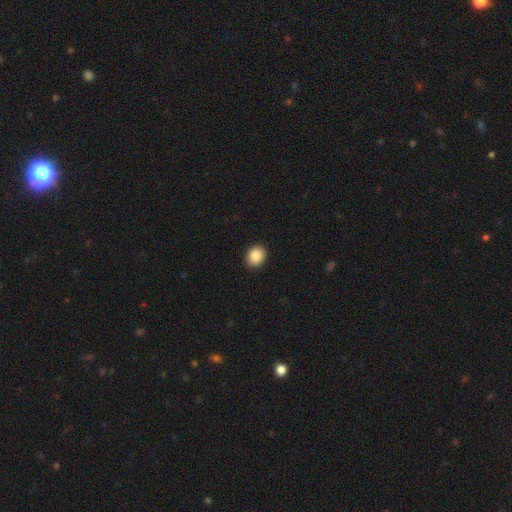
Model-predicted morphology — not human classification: type=smooth (88%); roundness=round (54%); merging=none (91%).